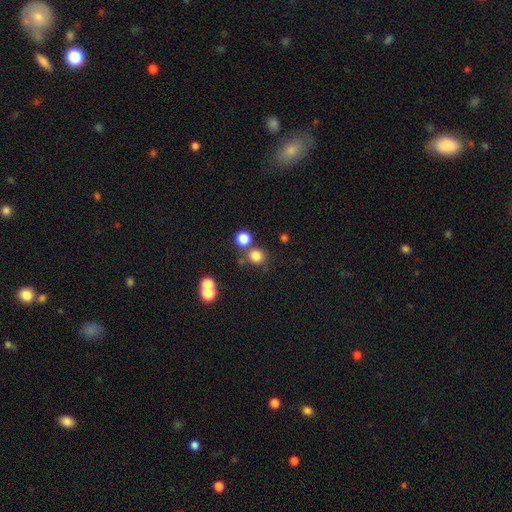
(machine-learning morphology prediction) smooth-or-featured: smooth: 79% | star or artifact: 15% | featured or disk: 6%
  how-rounded: round: 90% | in between: 9% | cigar-shaped: 1%
  merging: none: 72% | merger: 16% | minor disturbance: 8% | major disturbance: 4%